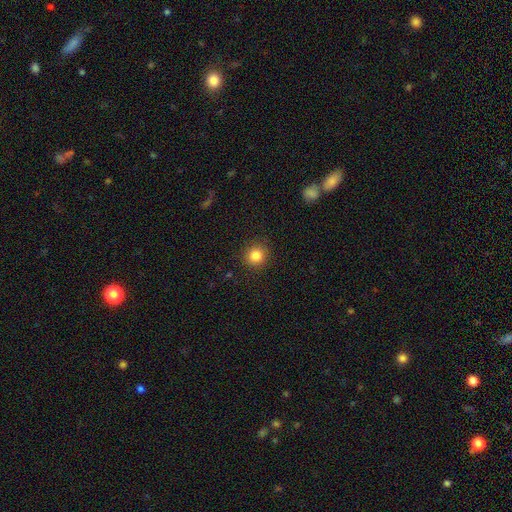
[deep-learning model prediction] Q: Smooth or featured?
A: smooth (84%); runner-up: star or artifact (11%)
Q: How rounded?
A: round (92%); runner-up: in between (7%)
Q: Merging?
A: none (90%); runner-up: minor disturbance (6%)